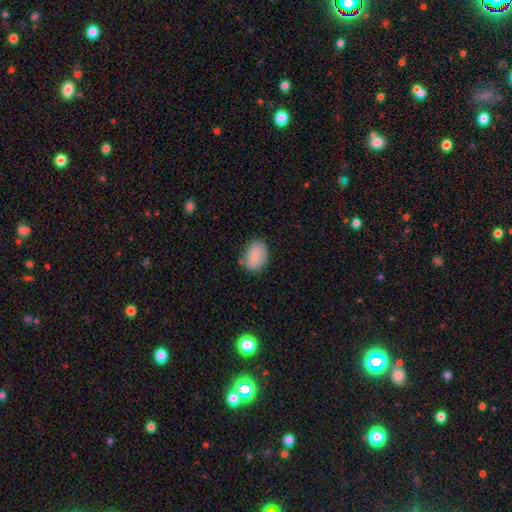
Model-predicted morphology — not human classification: Overall: smooth (79%). How rounded: in between (79%). Merging: none (75%).